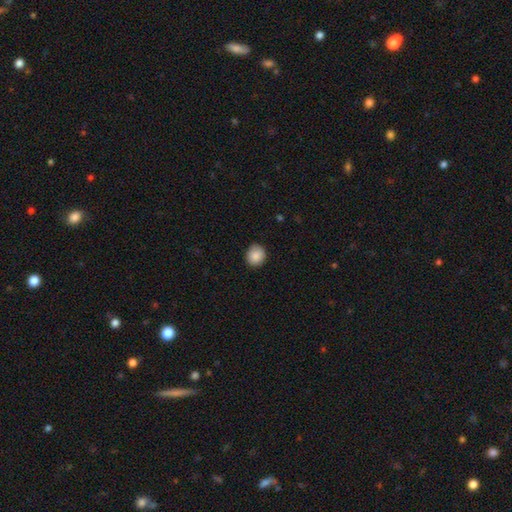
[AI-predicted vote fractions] Smooth or featured: smooth — 88% (star or artifact — 8%)
How rounded: round — 80% (in between — 19%)
Merging: none — 88% (minor disturbance — 9%)